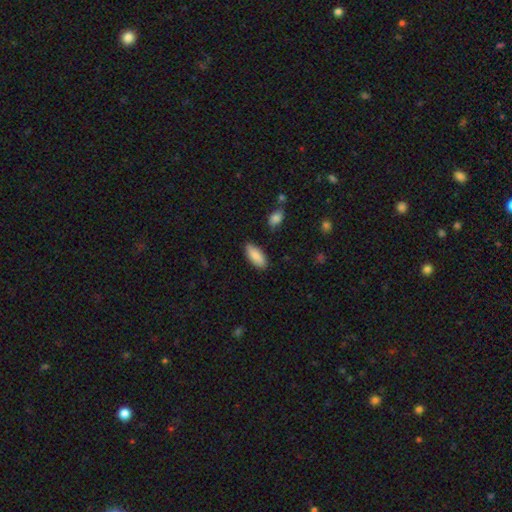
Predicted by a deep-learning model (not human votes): A smooth galaxy with no disk features (86%) that is in between round and cigar-shaped (83%).

Vote fractions:
- Smooth or featured? smooth: 86% / featured or disk: 8% / star or artifact: 6%
- How rounded? in between: 83% / cigar-shaped: 15% / round: 2%
- Merging? none: 84% / minor disturbance: 12% / major disturbance: 2% / merger: 2%